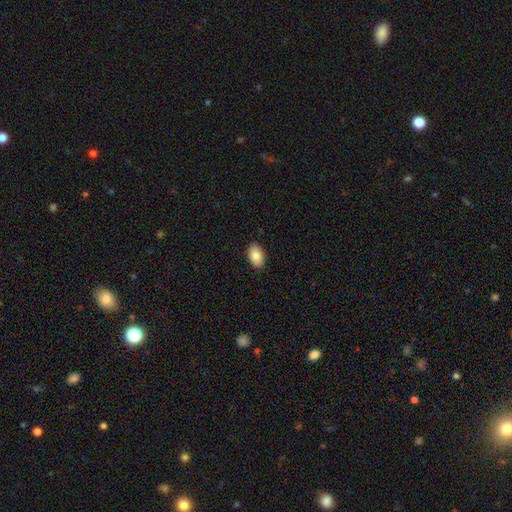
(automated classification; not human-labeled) This is clearly a smooth galaxy (87%). How rounded: clearly in between (92%). Merging: clearly none (89%).